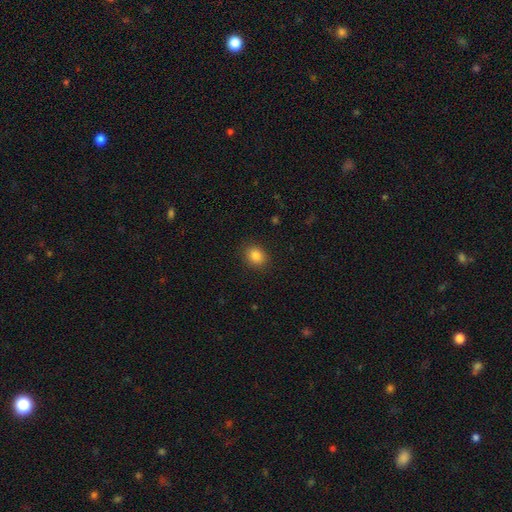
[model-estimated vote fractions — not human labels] smooth-or-featured: smooth: 85% | star or artifact: 10% | featured or disk: 5%
  how-rounded: round: 50% | in between: 49% | cigar-shaped: 1%
  merging: none: 89% | minor disturbance: 8% | major disturbance: 2% | merger: 1%